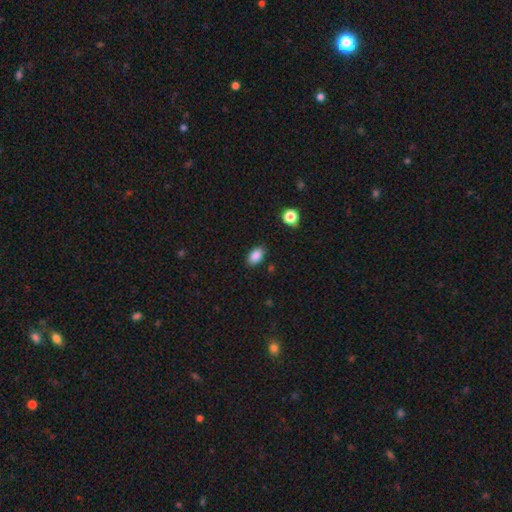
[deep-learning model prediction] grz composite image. It shows a smooth galaxy with no disk features (87%) that is in between round and cigar-shaped (90%). Merging: none (86%).